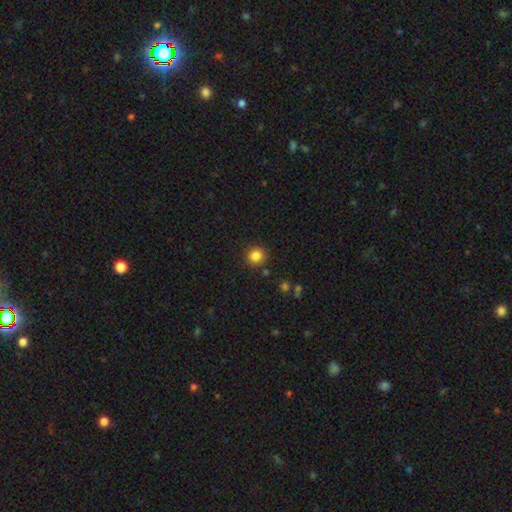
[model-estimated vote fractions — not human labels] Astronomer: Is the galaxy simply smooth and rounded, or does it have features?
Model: smooth — 84%.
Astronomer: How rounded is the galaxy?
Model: round — 91%.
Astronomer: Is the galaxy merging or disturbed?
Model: none — 88%.